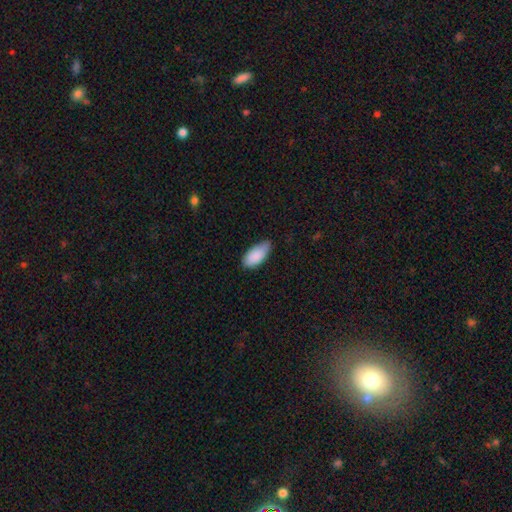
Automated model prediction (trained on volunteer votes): This is clearly a smooth galaxy (89%). How rounded: clearly in between (92%). Merging: likely none (62%).